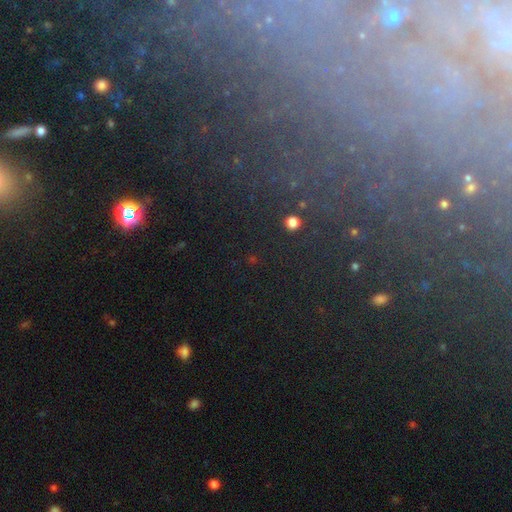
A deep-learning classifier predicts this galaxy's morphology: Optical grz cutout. It shows a star or artifact, not a galaxy (48%).